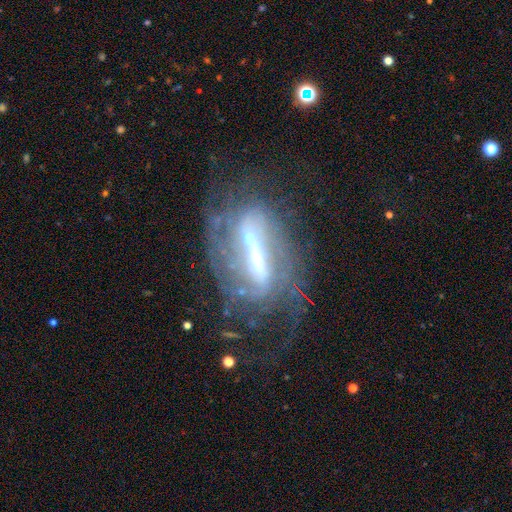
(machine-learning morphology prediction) A featured or disk galaxy (81%) with a strong bar (67%), 2 (47%) medium (39%) spiral arms (83%) and a small central bulge (38%). Merging: none (46%).